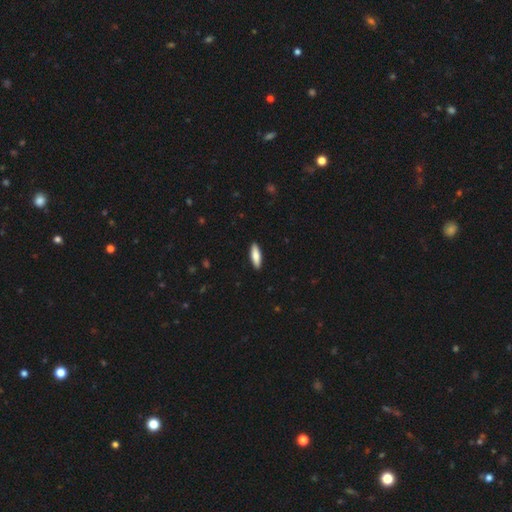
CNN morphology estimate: Smooth or featured: smooth — 77% (featured or disk — 18%)
How rounded: cigar-shaped — 61% (in between — 38%)
Merging: none — 91% (minor disturbance — 6%)